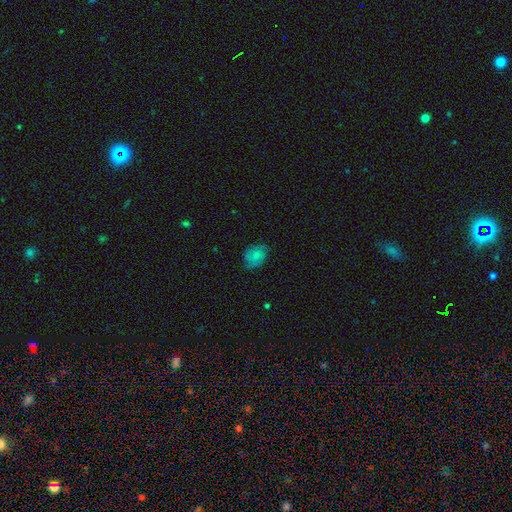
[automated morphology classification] Smooth or featured?
  - smooth: 72% *
  - featured or disk: 19%
  - star or artifact: 10%
How rounded?
  - in between: 64% *
  - round: 34%
  - cigar-shaped: 1%
Merging?
  - none: 62% *
  - minor disturbance: 28%
  - major disturbance: 9%
  - merger: 1%